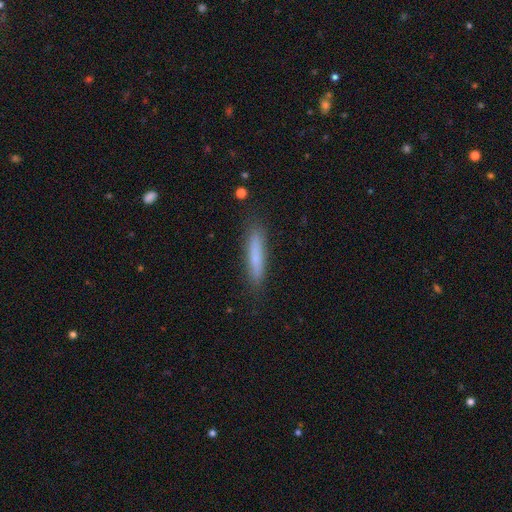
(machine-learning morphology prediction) smooth_or_featured: smooth (p=0.76) [alt: featured or disk p=0.17]
how_rounded: cigar-shaped (p=0.90) [alt: in between p=0.09]
merging: none (p=0.86) [alt: minor disturbance p=0.11]